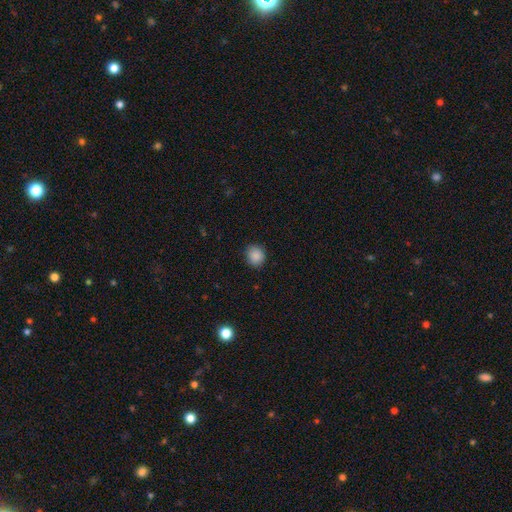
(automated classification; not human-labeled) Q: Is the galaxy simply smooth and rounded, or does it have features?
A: smooth — 88%.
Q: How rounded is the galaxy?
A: round — 81%.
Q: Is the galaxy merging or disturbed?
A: none — 87%.